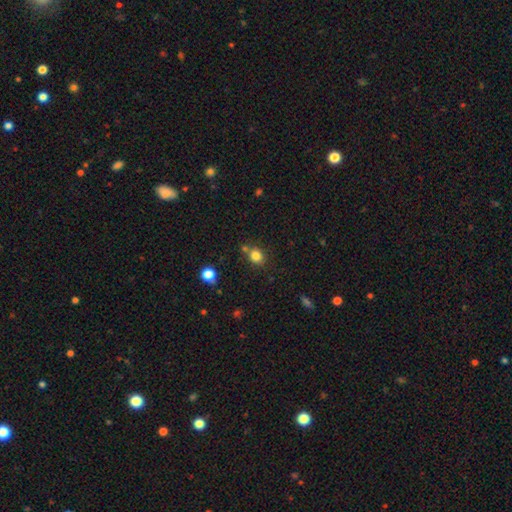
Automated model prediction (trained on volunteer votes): Overall: smooth (82%). How rounded: round (70%). Merging: none (69%).